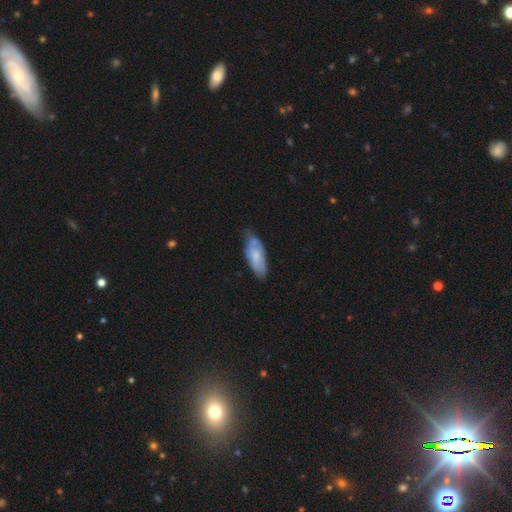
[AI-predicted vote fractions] Overall: smooth (61%; featured or disk 33%). How rounded: in between (75%). Merging: none (56%; minor disturbance 34%).